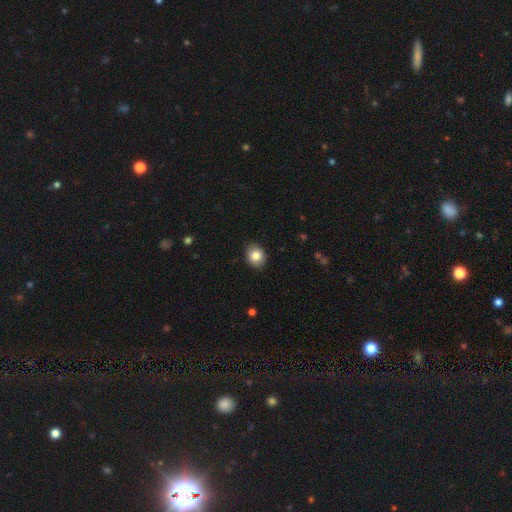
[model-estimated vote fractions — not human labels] Smooth or featured? Predicted: smooth (p=0.83). How rounded? Predicted: round (p=0.52). Merging? Predicted: none (p=0.89).